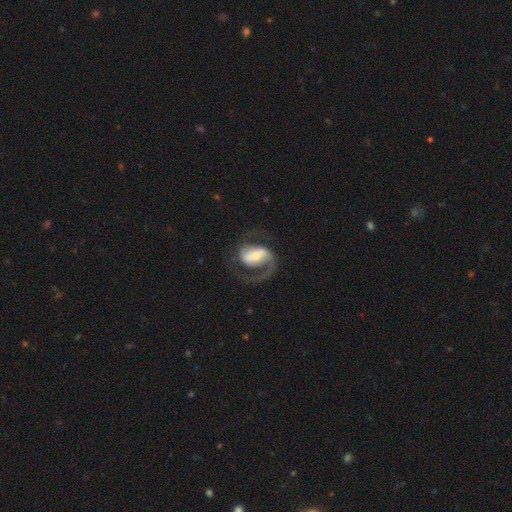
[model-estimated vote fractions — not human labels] smooth_or_featured: featured or disk (p=0.84) [alt: smooth p=0.11]
disk_edge_on: no (p=0.97) [alt: yes p=0.03]
bar: strong (p=0.39) [alt: weak p=0.36]
has_spiral_arms: yes (p=0.94) [alt: no p=0.06]
spiral_winding: medium (p=0.52) [alt: loose p=0.33]
spiral_arm_count: 2 (p=0.79) [alt: 1 p=0.15]
bulge_size: moderate (p=0.51) [alt: small p=0.37]
merging: none (p=0.64) [alt: major disturbance p=0.20]